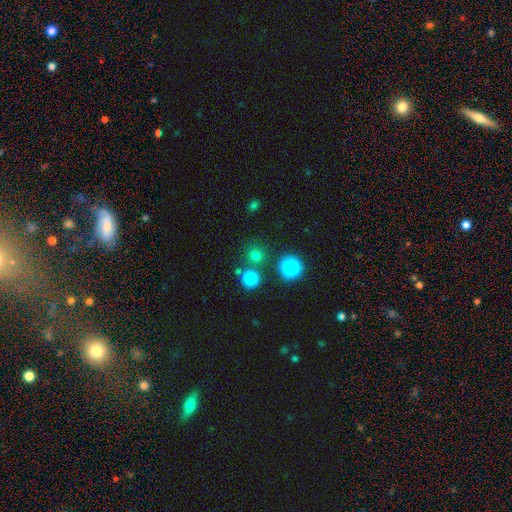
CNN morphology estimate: This appears to be a smooth galaxy with no disk features (70%) that is round (91%). Merging: none (76%).